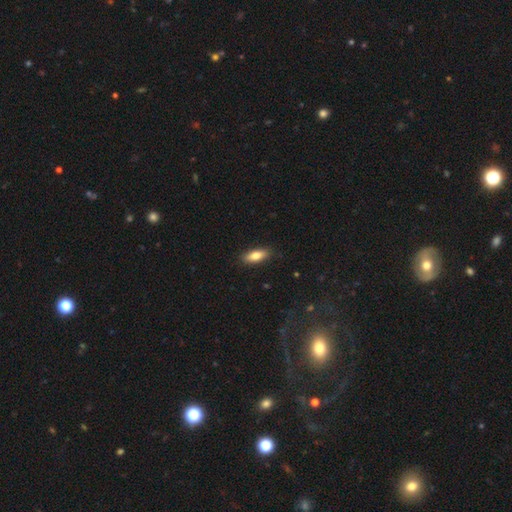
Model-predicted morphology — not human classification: A smooth galaxy with no disk features (79%) that is in between round and cigar-shaped (69%).

Vote fractions:
- Smooth or featured? smooth: 79% / featured or disk: 15% / star or artifact: 6%
- How rounded? in between: 69% / cigar-shaped: 29% / round: 2%
- Merging? none: 87% / minor disturbance: 10% / major disturbance: 2% / merger: 1%